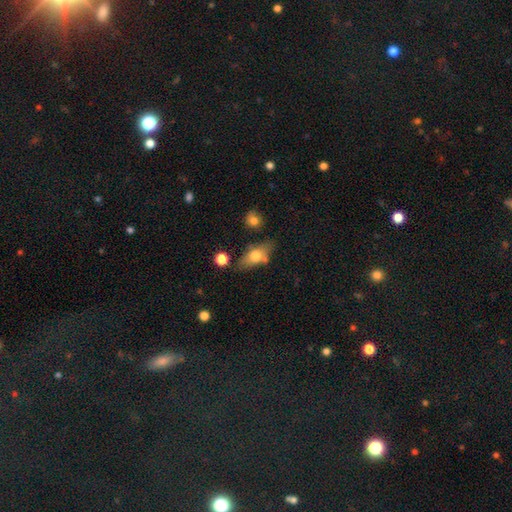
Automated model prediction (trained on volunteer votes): A smooth galaxy with no disk features (67%) that is in between round and cigar-shaped (79%). Merging: none (61%).